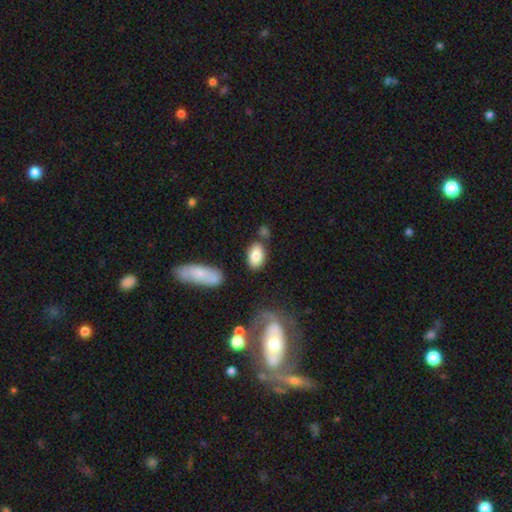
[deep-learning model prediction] Smooth or featured: smooth — 84% (featured or disk — 10%)
How rounded: in between — 92% (round — 6%)
Merging: none — 75% (minor disturbance — 14%)